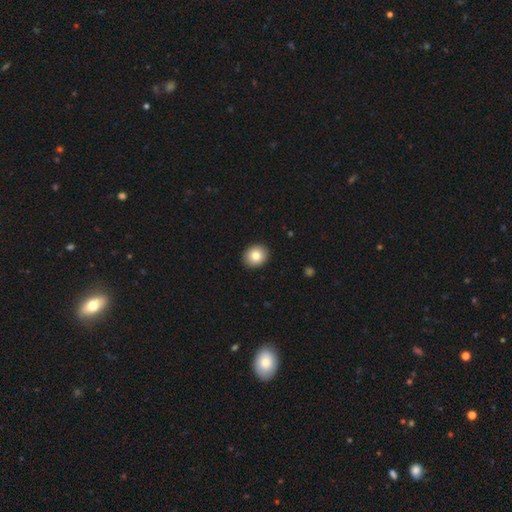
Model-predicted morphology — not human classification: Smooth or featured? smooth (82%)
How rounded? round (69%)
Merging? none (92%)